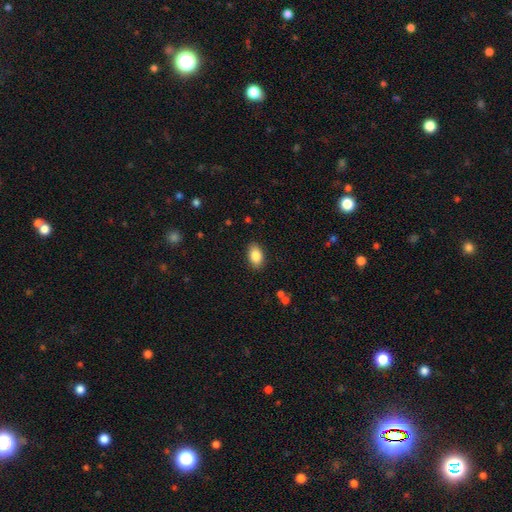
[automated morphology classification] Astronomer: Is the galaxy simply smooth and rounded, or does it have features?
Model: smooth — 85%.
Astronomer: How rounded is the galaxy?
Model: in between — 91%.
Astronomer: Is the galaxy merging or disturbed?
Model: none — 88%.